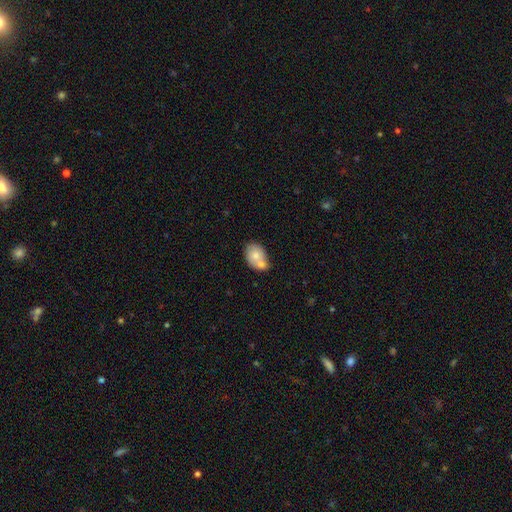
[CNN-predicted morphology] A smooth galaxy with no disk features (71%) that is in between round and cigar-shaped (67%).

Vote fractions:
- Smooth or featured? smooth: 71% / featured or disk: 21% / star or artifact: 7%
- How rounded? in between: 67% / round: 32% / cigar-shaped: 1%
- Merging? merger: 51% / none: 33% / minor disturbance: 13% / major disturbance: 4%